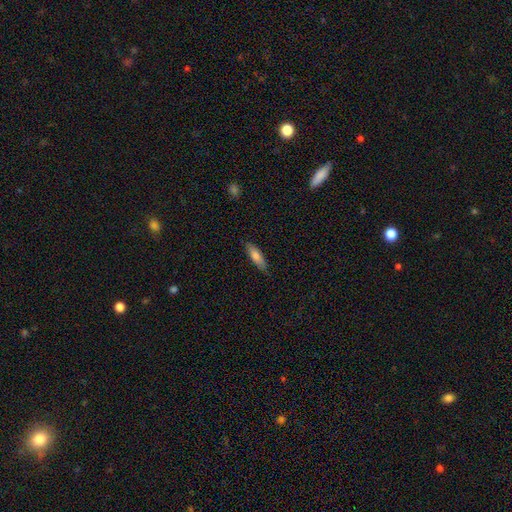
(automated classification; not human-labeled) Overall: smooth (74%). How rounded: cigar-shaped (56%; in between 42%). Merging: none (86%).